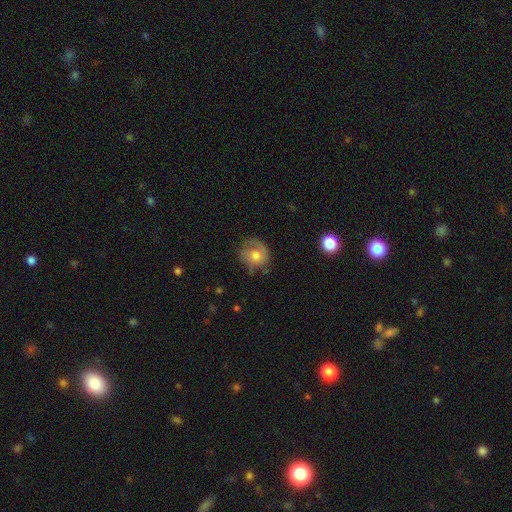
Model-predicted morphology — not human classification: Smooth or featured? smooth (49%)
Merging? none (59%)